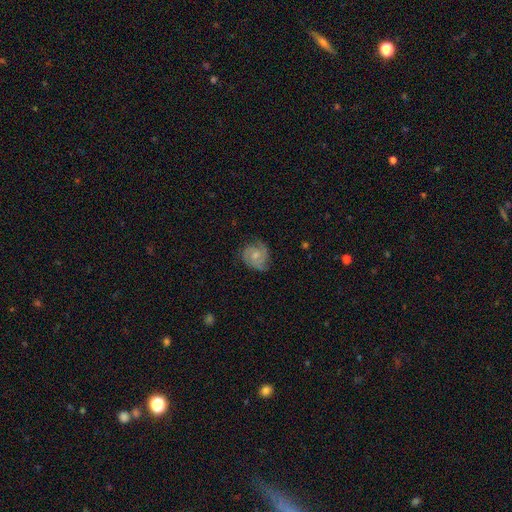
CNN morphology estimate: This appears to be a featured or disk galaxy (63%) with no bar (73%), 3 (34%) tight (47%) spiral arms (90%) and a small central bulge (49%). Merging: none (67%).